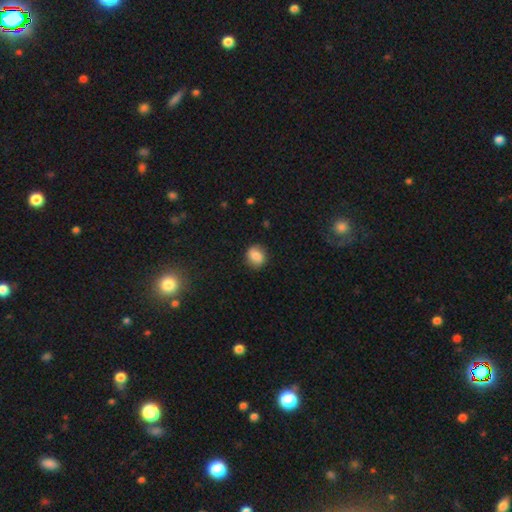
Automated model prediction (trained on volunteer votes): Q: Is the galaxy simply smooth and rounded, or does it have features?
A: smooth — 83%.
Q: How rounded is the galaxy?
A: round — 67%.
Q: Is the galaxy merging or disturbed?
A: none — 84%.